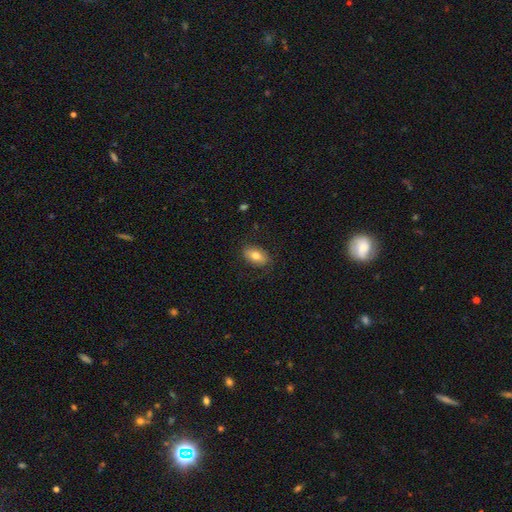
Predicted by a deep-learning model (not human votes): smooth-or-featured: smooth: 77% | featured or disk: 16% | star or artifact: 7%
  how-rounded: in between: 91% | round: 7% | cigar-shaped: 3%
  merging: none: 82% | minor disturbance: 13% | major disturbance: 4% | merger: 1%